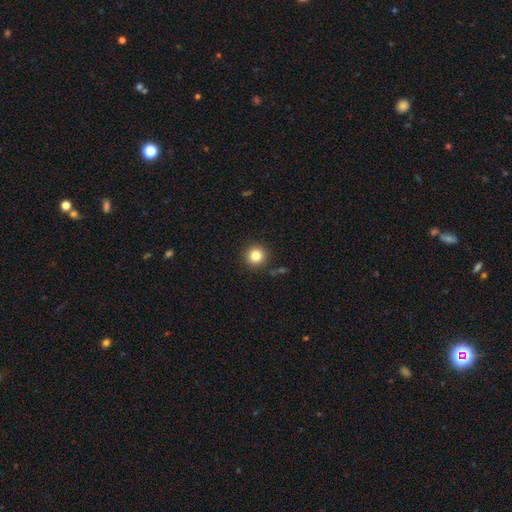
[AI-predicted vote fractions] Smooth or featured: smooth — 83% (star or artifact — 11%)
How rounded: round — 94% (in between — 5%)
Merging: none — 90% (minor disturbance — 6%)